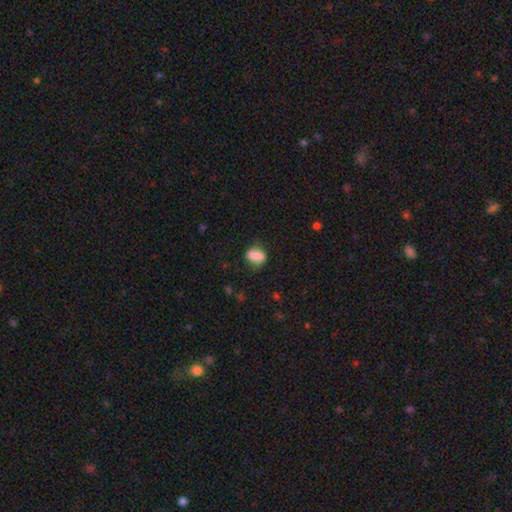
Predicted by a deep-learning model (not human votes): Smooth or featured? smooth (78%)
How rounded? in between (72%)
Merging? none (63%)